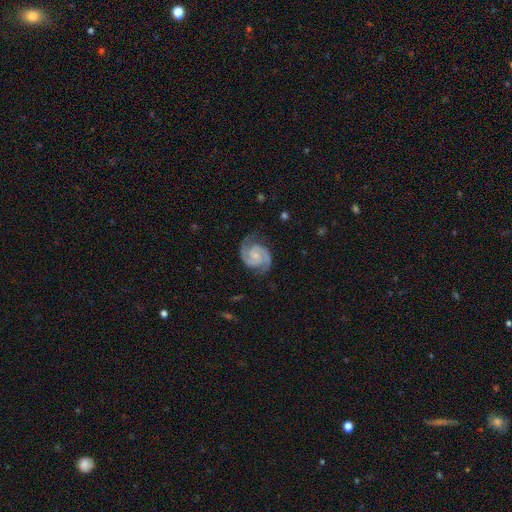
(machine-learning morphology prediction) A featured or disk galaxy (92%) with no bar (60%), 2 (92%) tight (48%) spiral arms (99%) and a small central bulge (56%).

Vote fractions:
- Smooth or featured? featured or disk: 92% / star or artifact: 4% / smooth: 4%
- Edge-on disk? no: 98% / yes: 2%
- Bar? no: 60% / weak: 32% / strong: 8%
- Spiral arms? yes: 99% / no: 1%
- Spiral winding? tight: 48% / medium: 46% / loose: 6%
- Spiral arm count? 2: 92% / 3: 3% / can't tell: 2% / 1: 1% / 4: 1% / more than 4: 1%
- Bulge size? small: 56% / moderate: 22% / none: 19% / large: 2% / dominant: 1%
- Merging? none: 78% / minor disturbance: 16% / major disturbance: 5% / merger: 1%